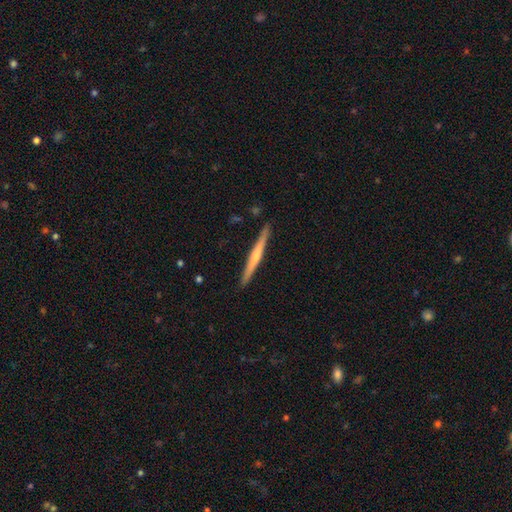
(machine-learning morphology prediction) This is likely a featured or disk galaxy (60%). It is clearly viewed edge-on (98%). Edge-on bulge: possibly rounded (57%). Merging: clearly none (90%).